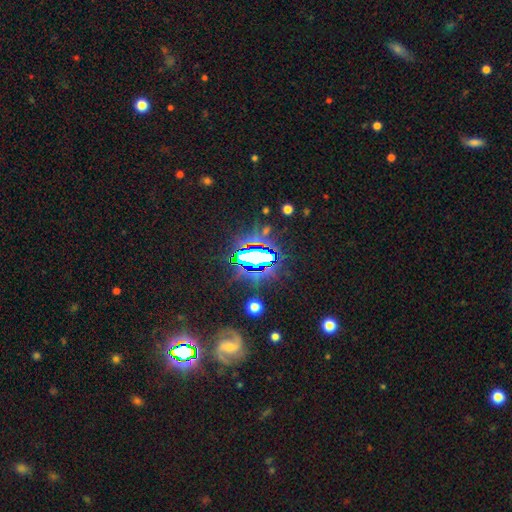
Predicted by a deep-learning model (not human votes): Smooth or featured? Predicted: star or artifact (p=0.73).